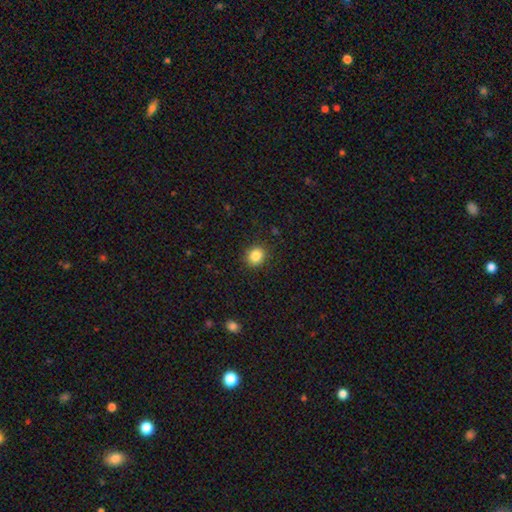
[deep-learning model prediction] The model was most divided on "how rounded": round: 79%, in between: 21%, cigar-shaped: 1%. More confident: merging — none (90%); smooth or featured — smooth (85%).